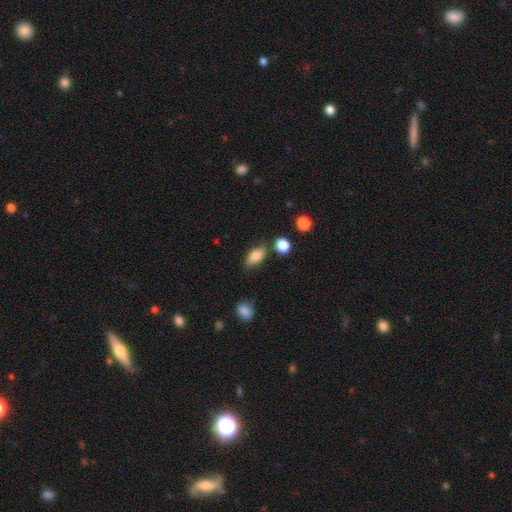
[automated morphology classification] Smooth or featured?
  - smooth: 82% *
  - featured or disk: 10%
  - star or artifact: 8%
How rounded?
  - in between: 88% *
  - round: 7%
  - cigar-shaped: 5%
Merging?
  - none: 77% *
  - minor disturbance: 14%
  - merger: 5%
  - major disturbance: 3%